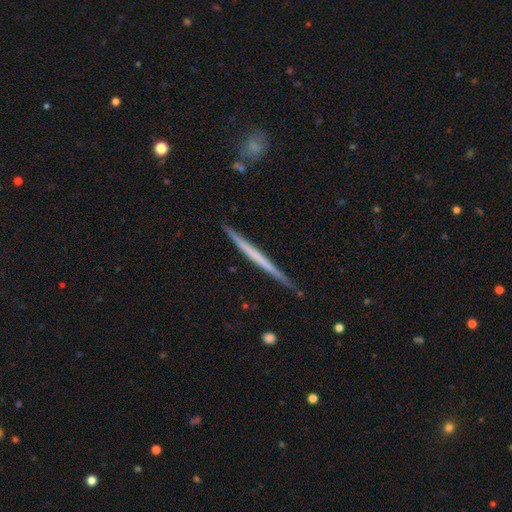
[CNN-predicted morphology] Smooth or featured: featured or disk — 55% (smooth — 40%)
Edge-on disk: yes — 97% (no — 3%)
Edge-on bulge: none — 92% (rounded — 5%)
Merging: none — 87% (minor disturbance — 10%)